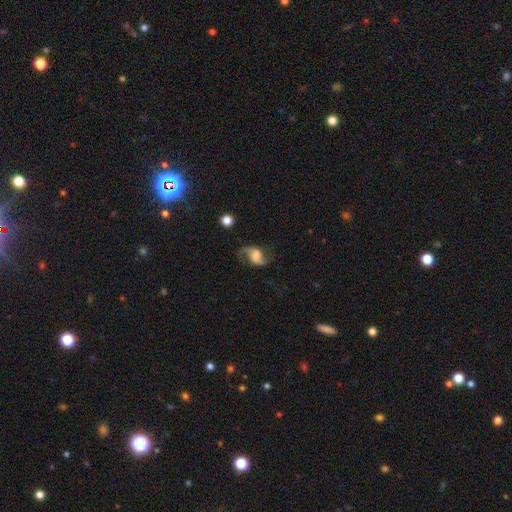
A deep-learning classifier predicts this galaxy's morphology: Overall: featured or disk (81%). Edge-on disk: no (97%). Bar: no (49%; weak 39%). Spiral arms: yes (96%). Spiral arm count: 2 (91%). Spiral winding: loose (71%). Bulge size: large (28%; none 24%). Merging: none (71%).